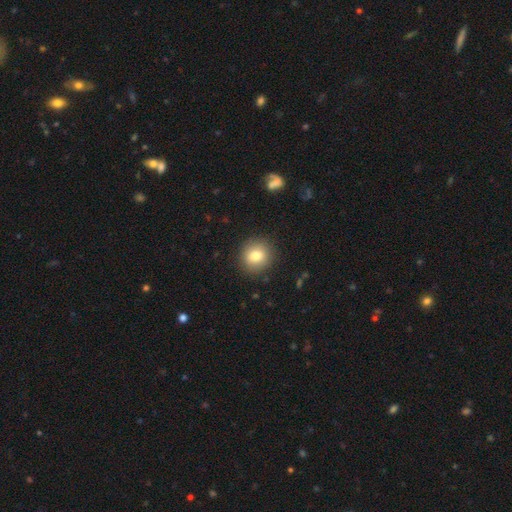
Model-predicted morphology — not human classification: Overall: smooth (79%). How rounded: round (88%). Merging: none (89%).